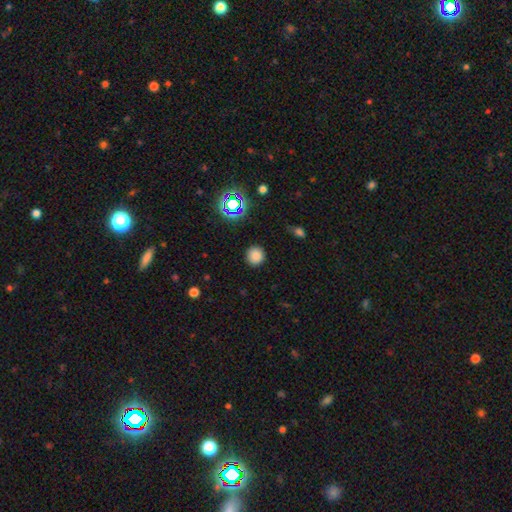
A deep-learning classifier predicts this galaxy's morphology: Q: Smooth or featured?
A: smooth (80%); runner-up: star or artifact (15%)
Q: How rounded?
A: round (91%); runner-up: in between (8%)
Q: Merging?
A: none (89%); runner-up: minor disturbance (7%)